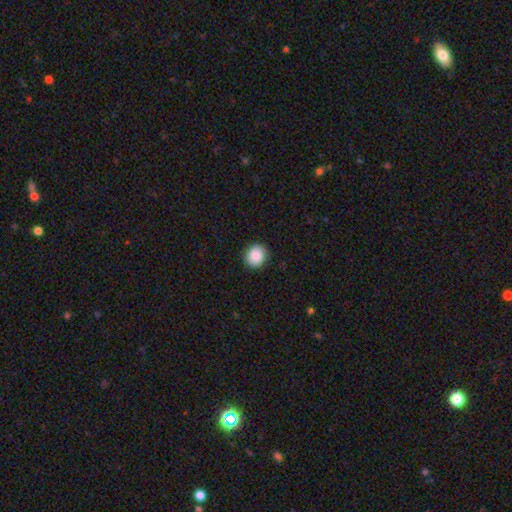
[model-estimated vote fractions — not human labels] smooth_or_featured: smooth (p=0.86) [alt: star or artifact p=0.08]
how_rounded: round (p=0.81) [alt: in between p=0.18]
merging: none (p=0.89) [alt: minor disturbance p=0.08]